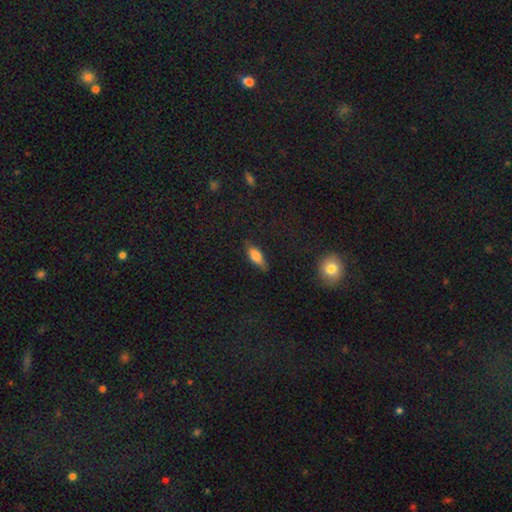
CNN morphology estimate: A smooth galaxy with no disk features (73%) that is in between round and cigar-shaped (69%). Merging: none (76%).